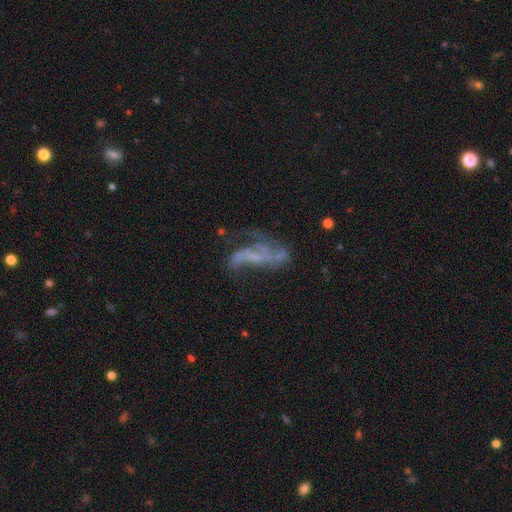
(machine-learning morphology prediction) Smooth or featured? featured or disk (66%)
Edge-on disk? no (90%)
Bar? no (59%)
Spiral arms? yes (63%)
Bulge size? none (59%)
Merging? none (36%, tied with major disturbance)